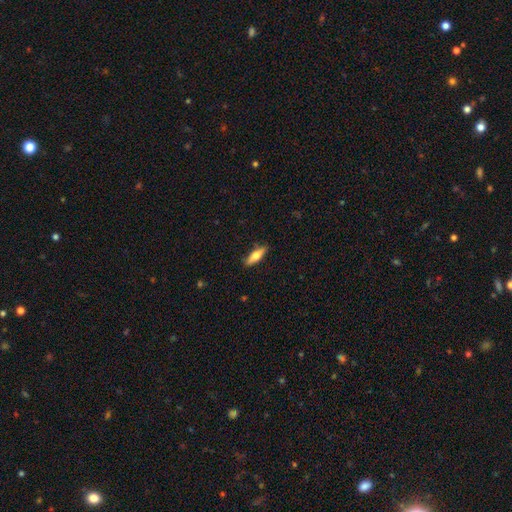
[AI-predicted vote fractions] This appears to be a smooth galaxy with no disk features (63%) that is cigar-shaped (52%). Merging: none (87%).